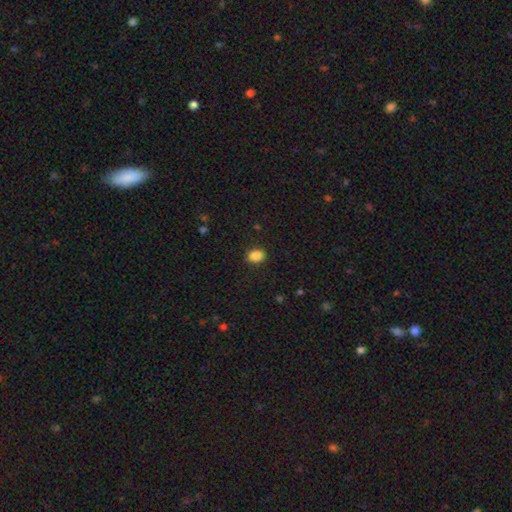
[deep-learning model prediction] smooth-or-featured: smooth: 87% | star or artifact: 9% | featured or disk: 3%
  how-rounded: in between: 59% | round: 40% | cigar-shaped: 1%
  merging: none: 89% | minor disturbance: 8% | major disturbance: 2% | merger: 1%